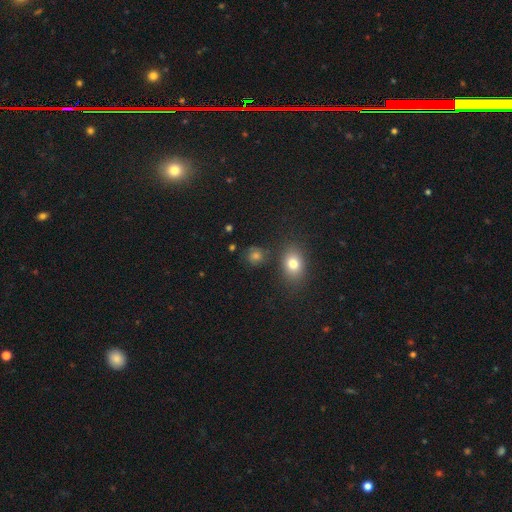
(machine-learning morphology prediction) The model was most divided on "smooth or featured": smooth: 72%, star or artifact: 18%, featured or disk: 10%. More confident: merging — none (79%); how rounded — round (77%).